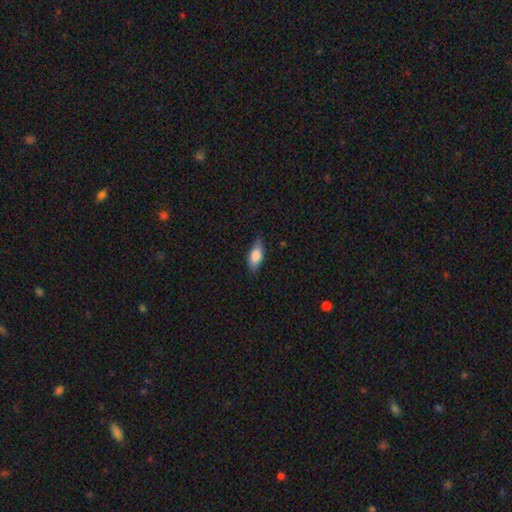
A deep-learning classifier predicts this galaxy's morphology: Q: Smooth or featured?
A: smooth (80%); runner-up: featured or disk (14%)
Q: How rounded?
A: in between (80%); runner-up: cigar-shaped (17%)
Q: Merging?
A: none (76%); runner-up: minor disturbance (20%)